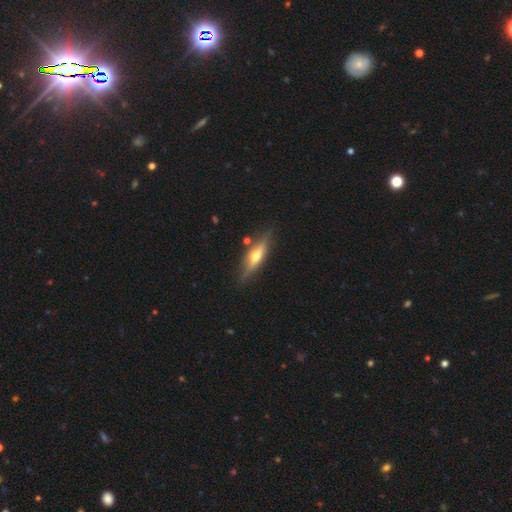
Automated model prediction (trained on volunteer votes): Q: Smooth or featured?
A: featured or disk (64%); runner-up: smooth (30%)
Q: Edge-on disk?
A: yes (93%); runner-up: no (7%)
Q: Edge-on bulge?
A: rounded (91%); runner-up: boxy (6%)
Q: Merging?
A: none (82%); runner-up: minor disturbance (12%)